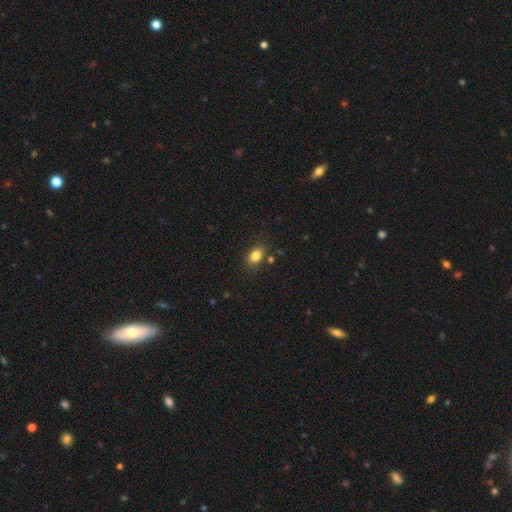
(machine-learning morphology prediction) Smooth or featured? smooth (82%)
How rounded? in between (76%)
Merging? none (80%)